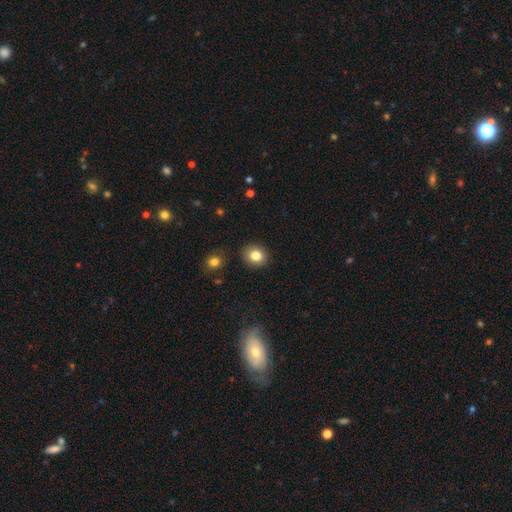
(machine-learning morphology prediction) The model was most divided on "how rounded": round: 74%, in between: 25%, cigar-shaped: 1%. More confident: merging — none (88%); smooth or featured — smooth (82%).